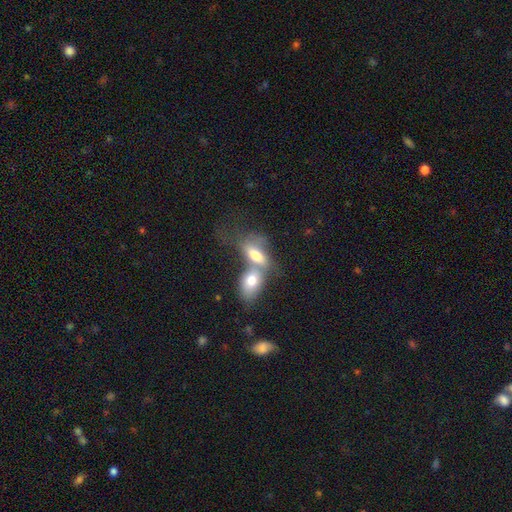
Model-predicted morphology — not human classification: Smooth or featured: smooth — 67% (featured or disk — 25%)
How rounded: in between — 87% (cigar-shaped — 7%)
Merging: merger — 72% (none — 15%)